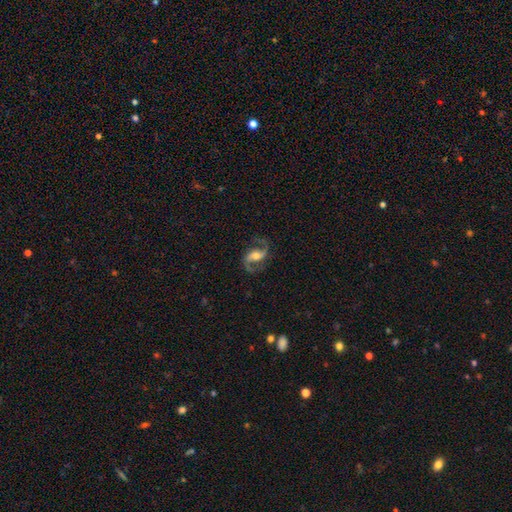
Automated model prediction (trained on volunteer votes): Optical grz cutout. It shows a featured or disk galaxy (88%) with a weak bar (40%), 2 (93%) medium (48%) spiral arms (97%) and a moderate central bulge (63%). Merging: none (79%).